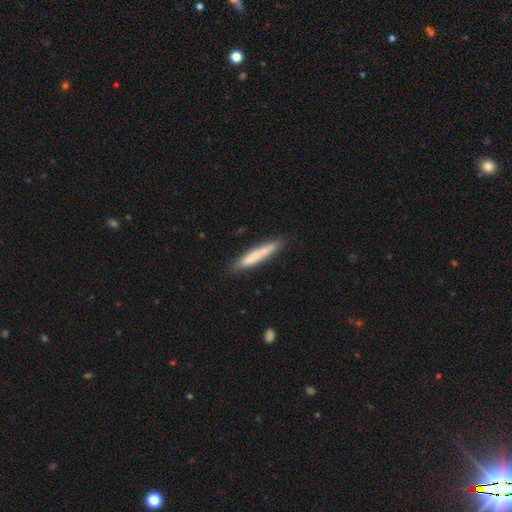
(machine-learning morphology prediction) This is likely a smooth galaxy (70%). How rounded: clearly cigar-shaped (93%). Merging: clearly none (84%).